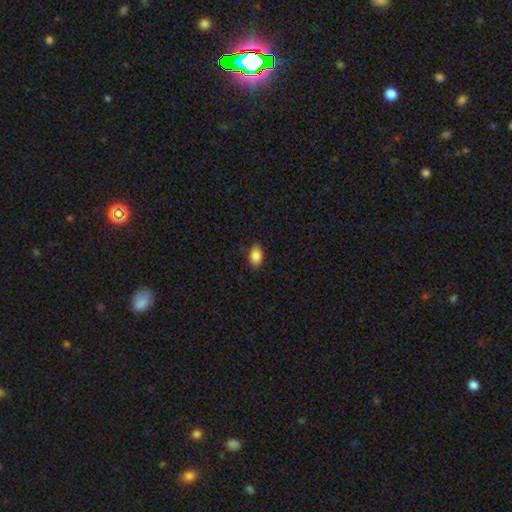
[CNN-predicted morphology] Smooth or featured? smooth (88%)
How rounded? in between (85%)
Merging? none (86%)